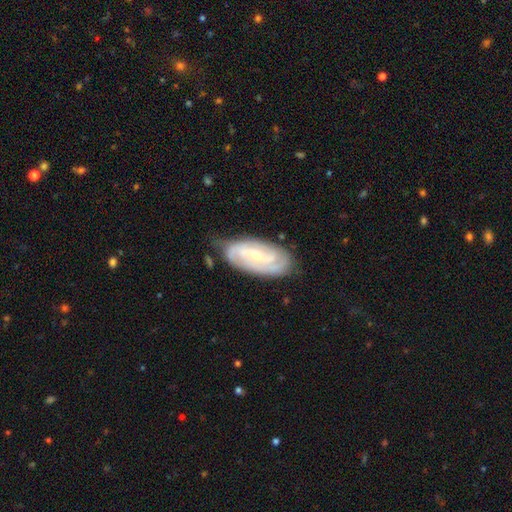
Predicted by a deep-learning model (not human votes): Smooth or featured? Predicted: featured or disk (p=0.80). Edge-on disk? Predicted: no (p=0.94). Bar? Predicted: weak (p=0.43). Spiral arms? Predicted: yes (p=0.94). Spiral winding? Predicted: tight (p=0.58). Spiral arm count? Predicted: 2 (p=0.39). Bulge size? Predicted: small (p=0.65). Merging? Predicted: none (p=0.72).